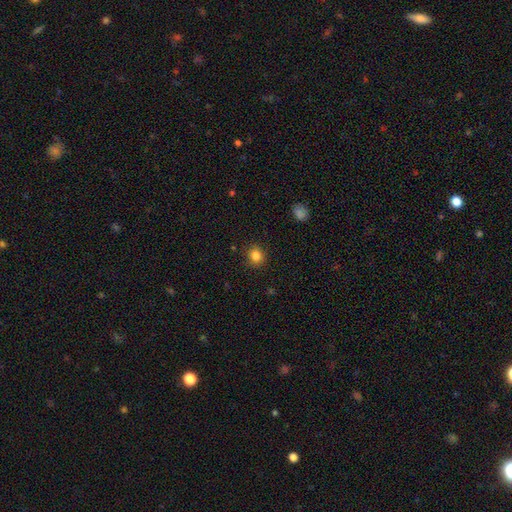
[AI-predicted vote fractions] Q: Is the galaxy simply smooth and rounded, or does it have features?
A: smooth — 84%.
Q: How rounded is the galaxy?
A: round — 79%.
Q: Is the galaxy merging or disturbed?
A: none — 89%.